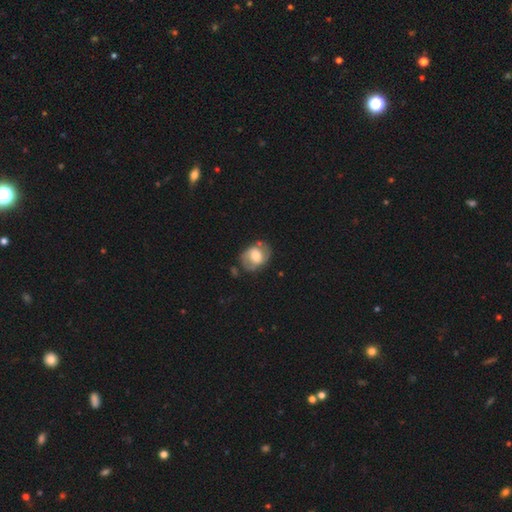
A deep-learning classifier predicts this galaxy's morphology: Smooth or featured: featured or disk — 47% (smooth — 46%)
Merging: none — 66% (minor disturbance — 22%)